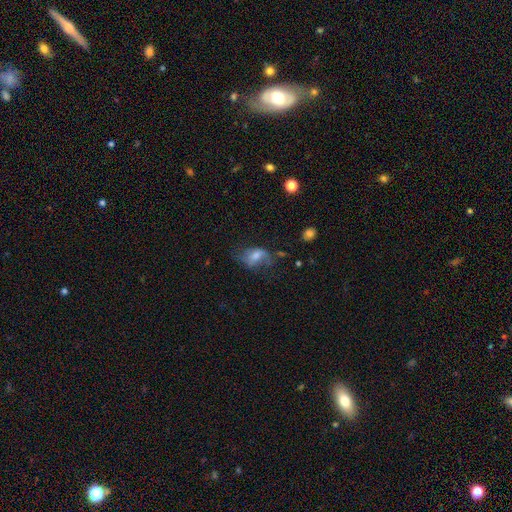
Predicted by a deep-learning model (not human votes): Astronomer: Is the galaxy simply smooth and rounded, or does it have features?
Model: smooth — 58%.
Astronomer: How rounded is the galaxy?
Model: in between — 82%.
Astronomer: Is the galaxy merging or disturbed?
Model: none — 41% (runner-up: minor disturbance, 29%).